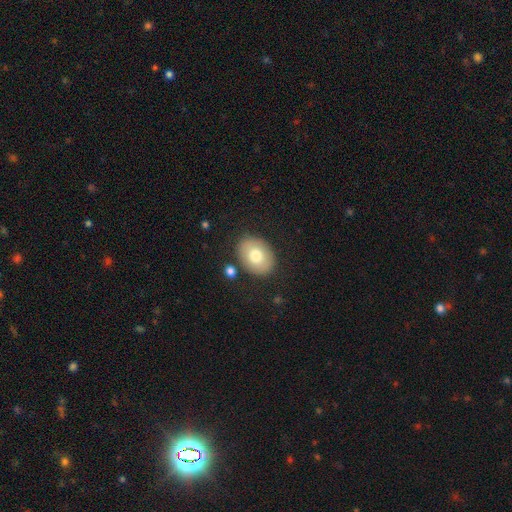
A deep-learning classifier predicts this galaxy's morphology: Overall: smooth (73%). How rounded: in between (67%; round 32%). Merging: none (84%).